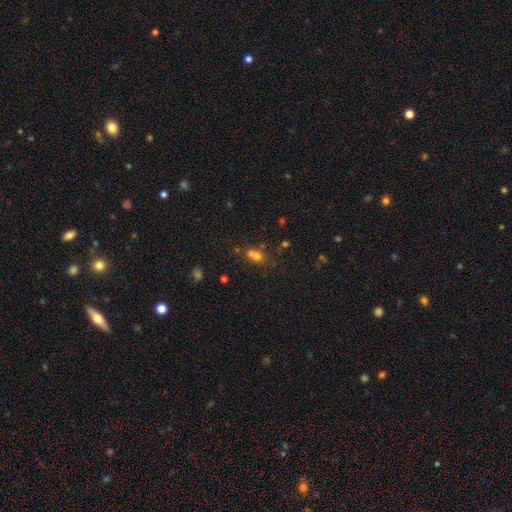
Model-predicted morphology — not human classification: A smooth galaxy with no disk features (64%) that is round (61%).

Vote fractions:
- Smooth or featured? smooth: 64% / star or artifact: 20% / featured or disk: 15%
- How rounded? round: 61% / in between: 37% / cigar-shaped: 2%
- Merging? merger: 50% / none: 36% / minor disturbance: 9% / major disturbance: 5%